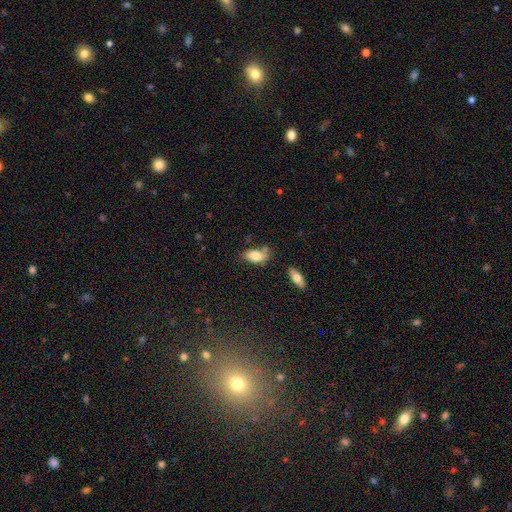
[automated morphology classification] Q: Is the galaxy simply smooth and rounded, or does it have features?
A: smooth — 81%.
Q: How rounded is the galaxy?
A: in between — 91%.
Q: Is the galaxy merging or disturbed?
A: none — 57%.